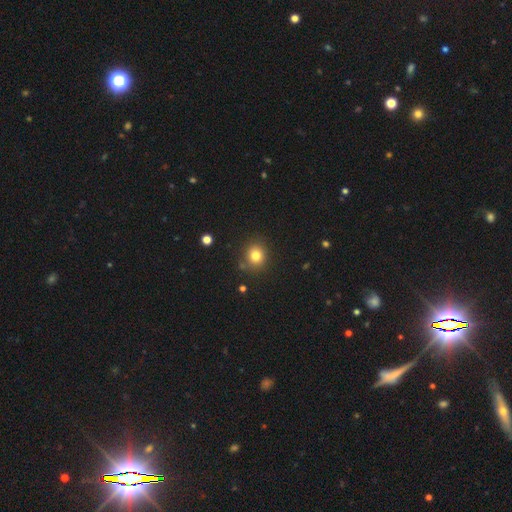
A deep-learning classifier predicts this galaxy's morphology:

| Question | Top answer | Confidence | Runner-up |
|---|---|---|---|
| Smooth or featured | smooth | 79% | star or artifact (13%) |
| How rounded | round | 82% | in between (17%) |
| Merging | none | 81% | minor disturbance (11%) |